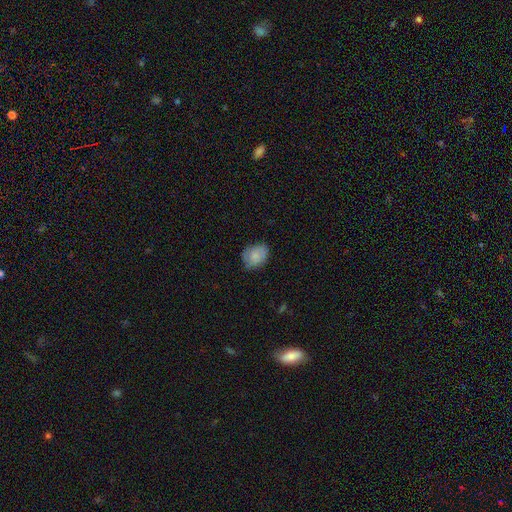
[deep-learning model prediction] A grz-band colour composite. It shows a smooth galaxy with no disk features (73%) that is in between round and cigar-shaped (62%). Merging: none (71%).